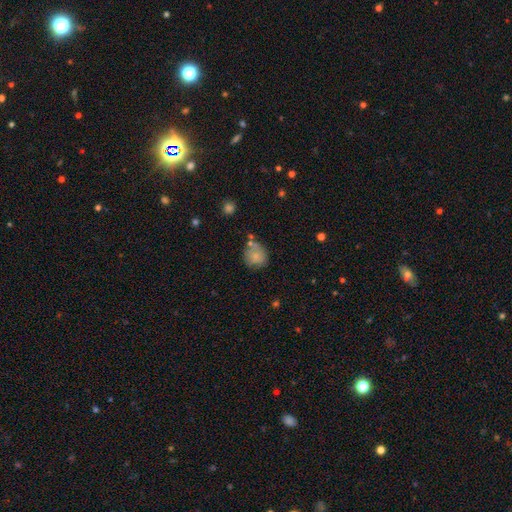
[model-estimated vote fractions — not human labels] Smooth or featured? Predicted: smooth (p=0.80). How rounded? Predicted: round (p=0.83). Merging? Predicted: none (p=0.63).